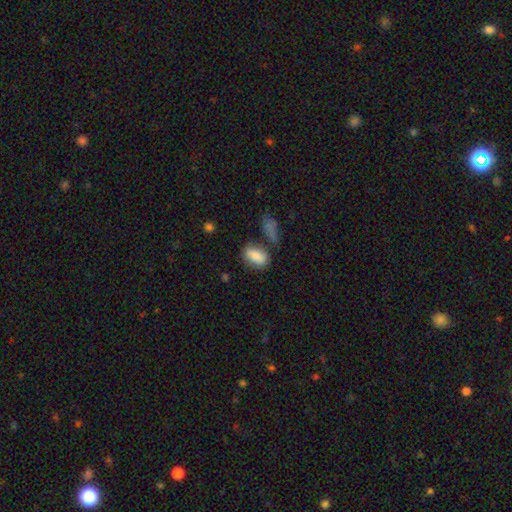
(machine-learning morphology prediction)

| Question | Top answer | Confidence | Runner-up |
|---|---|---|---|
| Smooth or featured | smooth | 79% | featured or disk (14%) |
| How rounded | in between | 85% | round (11%) |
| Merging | none | 61% | minor disturbance (19%) |